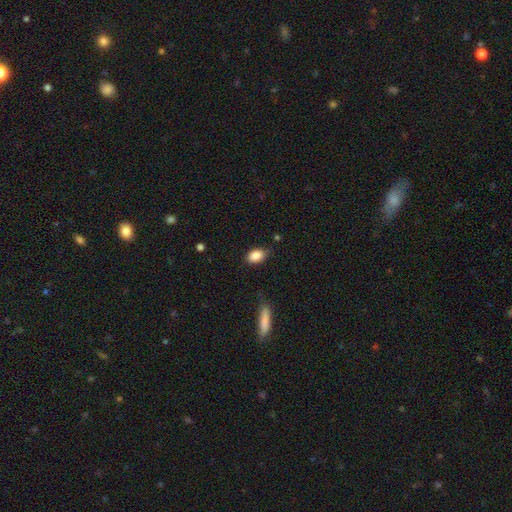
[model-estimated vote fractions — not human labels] smooth_or_featured: smooth (p=0.87) [alt: star or artifact p=0.08]
how_rounded: in between (p=0.85) [alt: round p=0.13]
merging: none (p=0.76) [alt: minor disturbance p=0.18]